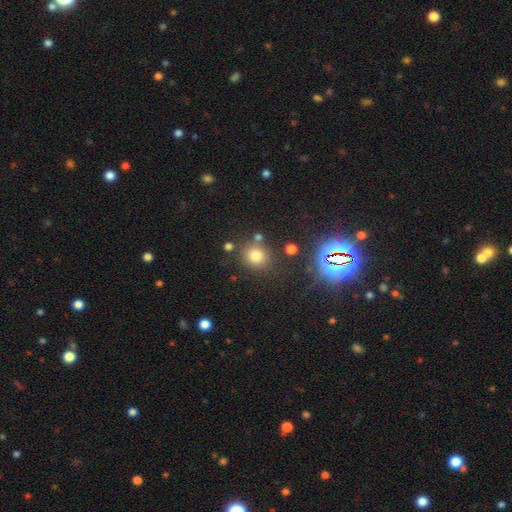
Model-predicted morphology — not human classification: smooth_or_featured: smooth (p=0.74) [alt: star or artifact p=0.18]
how_rounded: round (p=0.80) [alt: in between p=0.19]
merging: none (p=0.76) [alt: minor disturbance p=0.11]